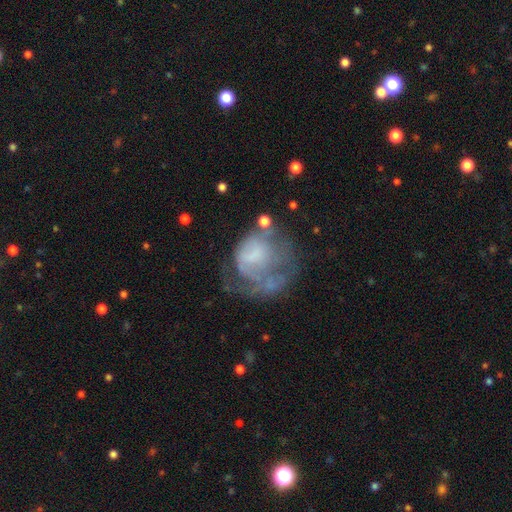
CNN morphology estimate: The model was most divided on "merging": major disturbance: 45%, none: 28%, minor disturbance: 19%, merger: 8%. More confident: edge-on disk — no (98%); bar — no (74%); spiral arms — no (60%); smooth or featured — featured or disk (54%); bulge size — none (50%).